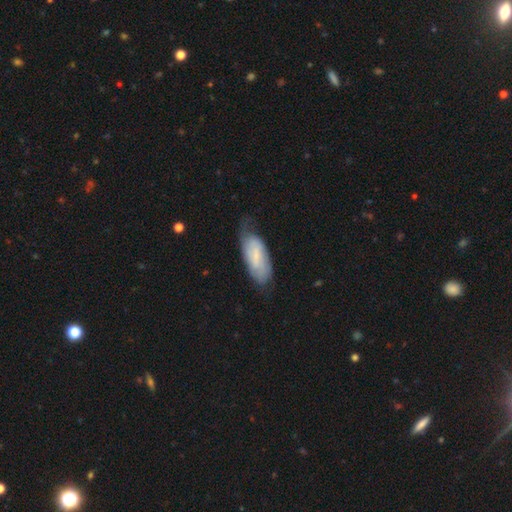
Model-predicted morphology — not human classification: The model was most divided on "smooth or featured": smooth: 48%, featured or disk: 45%, star or artifact: 7%. More confident: merging — none (53%).